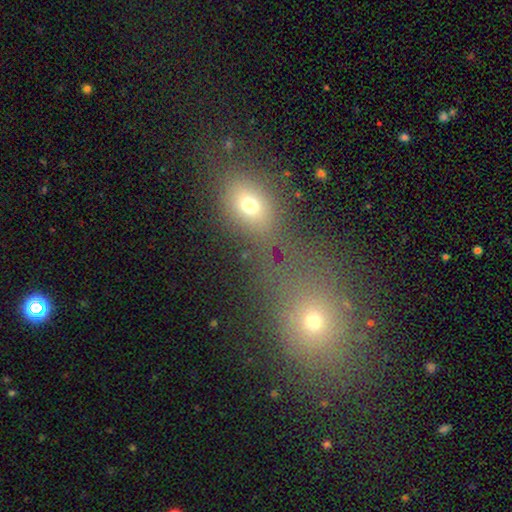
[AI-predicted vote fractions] The model was most divided on "how rounded": round: 54%, in between: 44%, cigar-shaped: 2%. More confident: smooth or featured — smooth (55%); merging — merger (51%).